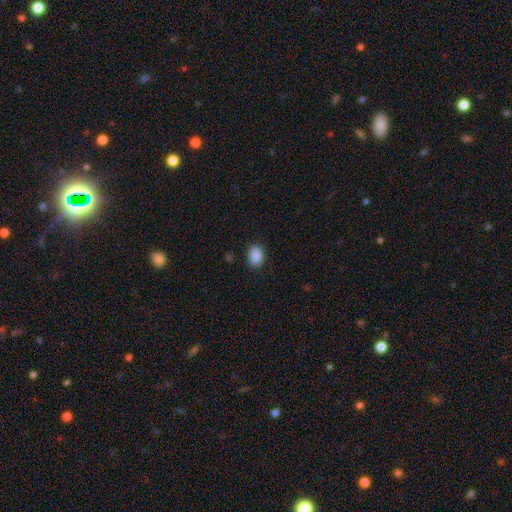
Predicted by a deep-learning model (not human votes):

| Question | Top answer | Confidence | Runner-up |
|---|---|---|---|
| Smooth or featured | smooth | 89% | star or artifact (8%) |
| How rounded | in between | 74% | round (25%) |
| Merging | none | 84% | minor disturbance (12%) |